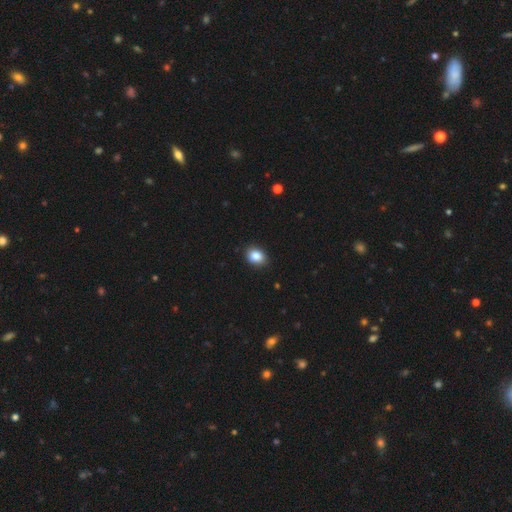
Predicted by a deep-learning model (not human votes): Smooth or featured: smooth — 85% (star or artifact — 10%)
How rounded: in between — 56% (round — 43%)
Merging: none — 89% (minor disturbance — 8%)